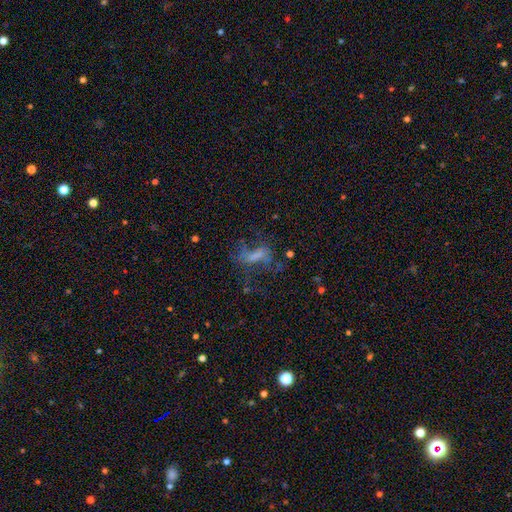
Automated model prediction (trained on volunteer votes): Morphology: type=featured or disk (44%); merging=major disturbance (40%).